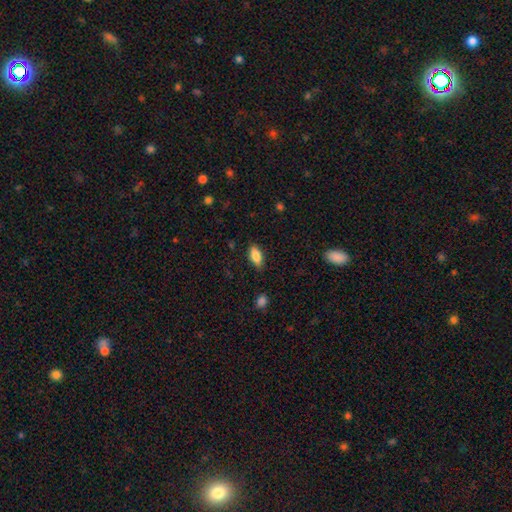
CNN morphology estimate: Q: Smooth or featured?
A: smooth (85%); runner-up: featured or disk (8%)
Q: How rounded?
A: in between (85%); runner-up: cigar-shaped (12%)
Q: Merging?
A: none (84%); runner-up: minor disturbance (12%)